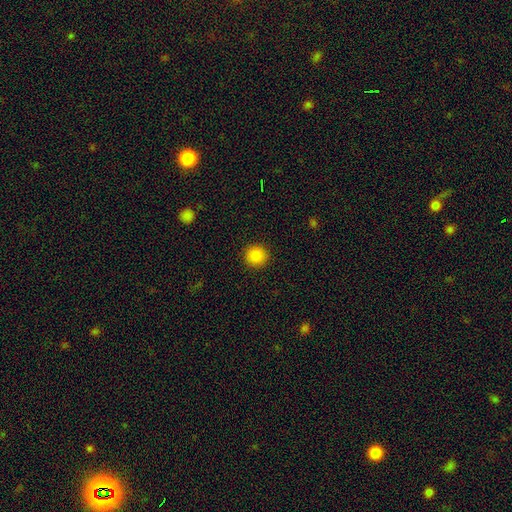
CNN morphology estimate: Smooth or featured: smooth — 87% (star or artifact — 10%)
How rounded: round — 93% (in between — 6%)
Merging: none — 92% (minor disturbance — 5%)